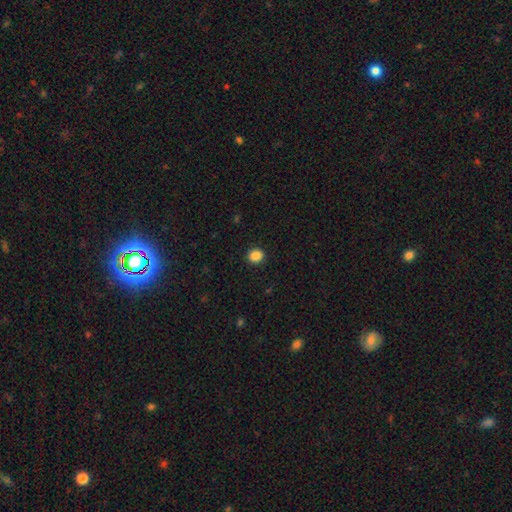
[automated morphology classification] type=smooth (87%); roundness=round (82%); merging=none (92%).